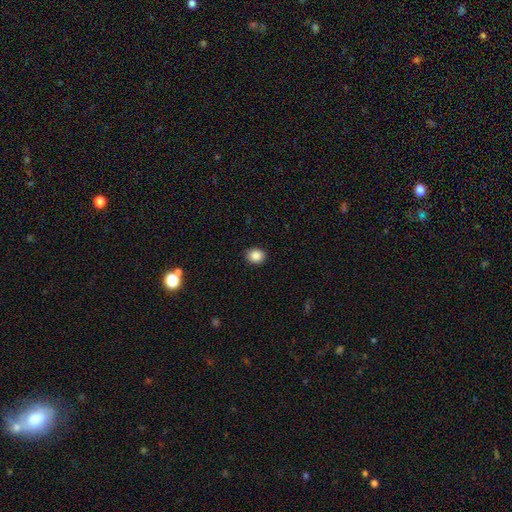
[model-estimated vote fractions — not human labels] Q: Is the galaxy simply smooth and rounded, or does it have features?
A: smooth — 87%.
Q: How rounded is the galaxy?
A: round — 63%.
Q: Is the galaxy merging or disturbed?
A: none — 91%.